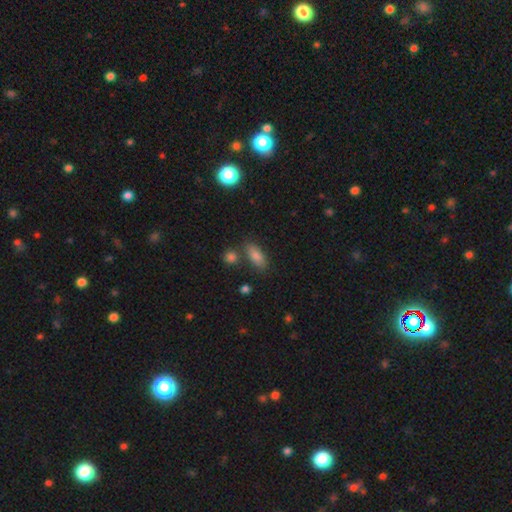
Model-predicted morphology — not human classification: The model was most divided on "how rounded": in between: 77%, cigar-shaped: 17%, round: 6%. More confident: smooth or featured — smooth (80%); merging — none (76%).